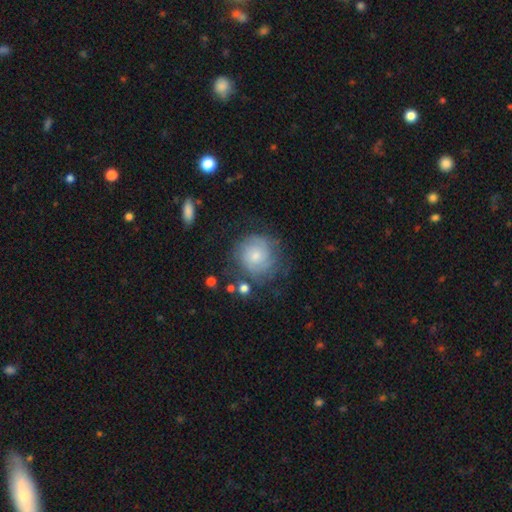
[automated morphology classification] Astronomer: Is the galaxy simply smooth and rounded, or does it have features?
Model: smooth — 49% (runner-up: featured or disk, 42%).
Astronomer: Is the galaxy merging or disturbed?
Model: none — 63%.